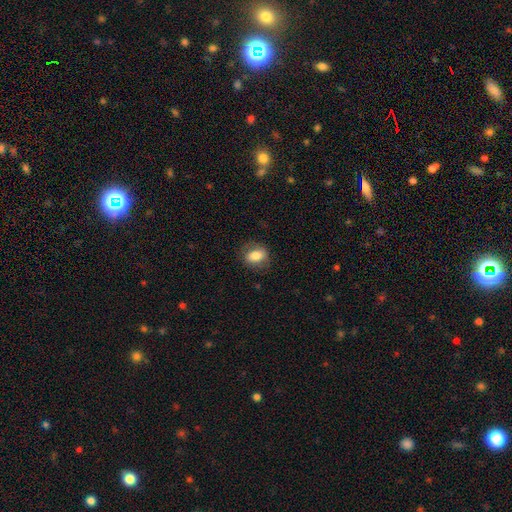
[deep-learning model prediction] Overall: smooth (77%). How rounded: in between (69%; round 29%). Merging: none (77%).